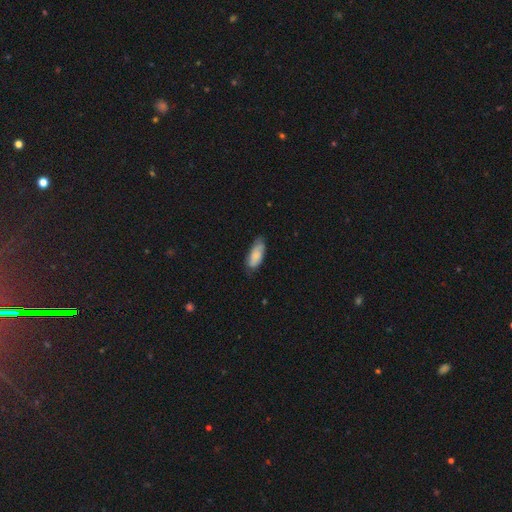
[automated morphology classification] Smooth or featured? smooth (75%)
How rounded? in between (80%)
Merging? none (66%)